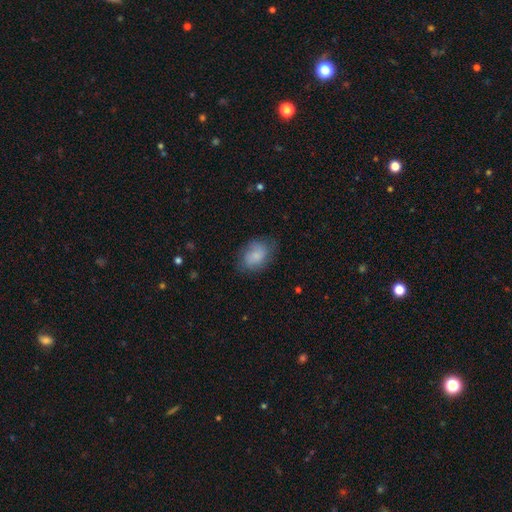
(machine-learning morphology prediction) The model was most divided on "merging": none: 70%, minor disturbance: 21%, major disturbance: 8%, merger: 1%. More confident: how rounded — in between (76%); smooth or featured — smooth (74%).